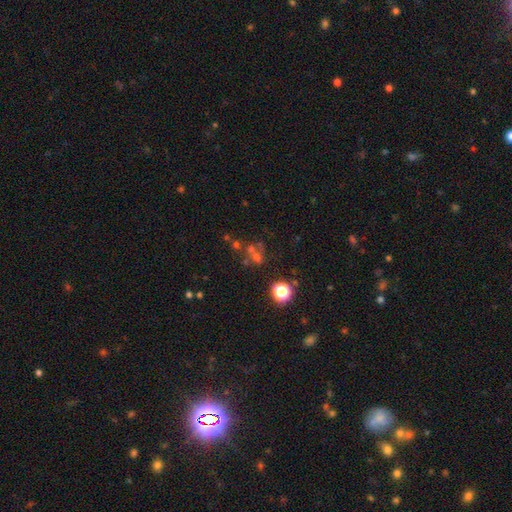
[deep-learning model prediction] A star or artifact, not a galaxy (44%).

Vote fractions:
- Smooth or featured? star or artifact: 44% / smooth: 35% / featured or disk: 21%